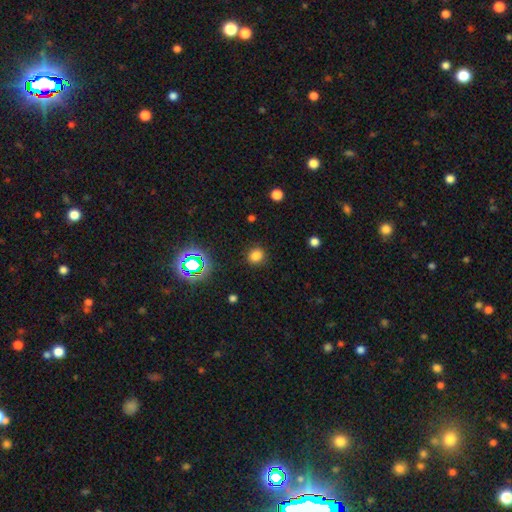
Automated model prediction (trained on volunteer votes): smooth_or_featured: smooth (p=0.77) [alt: star or artifact p=0.18]
how_rounded: round (p=0.82) [alt: in between p=0.17]
merging: none (p=0.89) [alt: minor disturbance p=0.07]